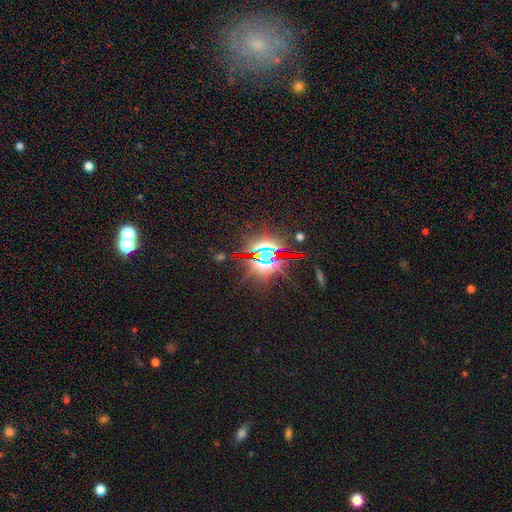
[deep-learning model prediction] Morphology: type=star or artifact (81%).